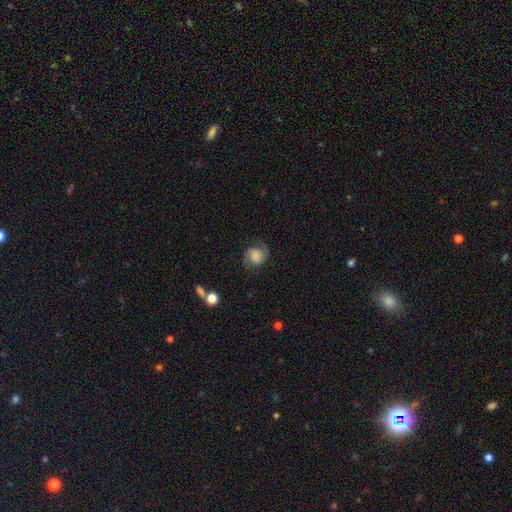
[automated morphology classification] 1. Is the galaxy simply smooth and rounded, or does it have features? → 58% featured or disk, 33% smooth, 9% star or artifact.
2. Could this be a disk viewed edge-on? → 98% no, 2% yes.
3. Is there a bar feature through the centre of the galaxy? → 69% no, 25% weak, 5% strong.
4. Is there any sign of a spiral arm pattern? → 93% yes, 7% no.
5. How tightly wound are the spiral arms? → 47% medium, 28% loose, 25% tight.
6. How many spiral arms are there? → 90% 2, 4% can't tell, 3% 1, 1% 3, 1% 4, 1% more than 4.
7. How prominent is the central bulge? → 31% none, 23% large, 18% small, 17% moderate, 11% dominant.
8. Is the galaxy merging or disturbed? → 73% none, 17% minor disturbance, 8% major disturbance, 2% merger.